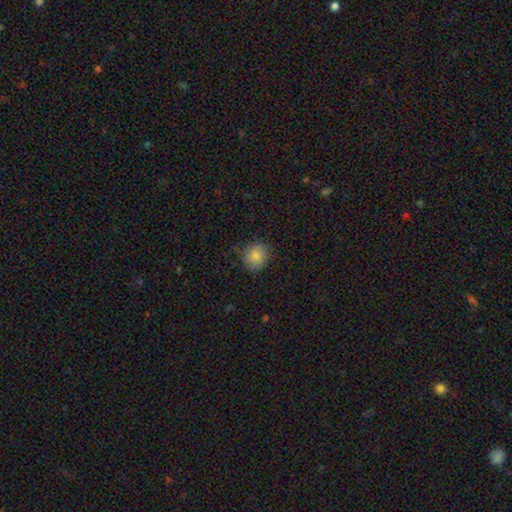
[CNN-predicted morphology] Q: Smooth or featured?
A: smooth (85%); runner-up: star or artifact (9%)
Q: How rounded?
A: round (83%); runner-up: in between (16%)
Q: Merging?
A: none (79%); runner-up: minor disturbance (16%)